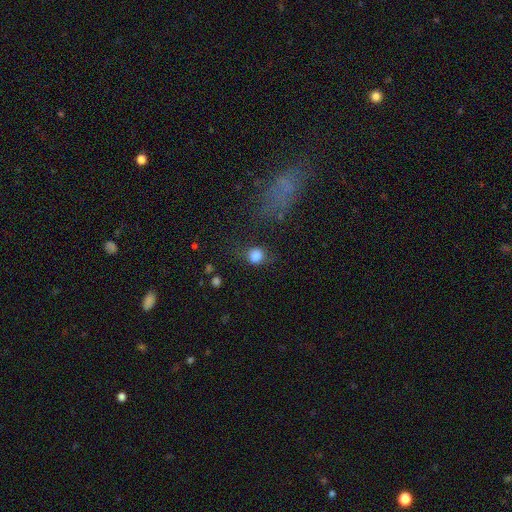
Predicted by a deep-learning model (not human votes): Smooth or featured: smooth — 82% (star or artifact — 10%)
How rounded: round — 77% (in between — 22%)
Merging: none — 59% (minor disturbance — 21%)